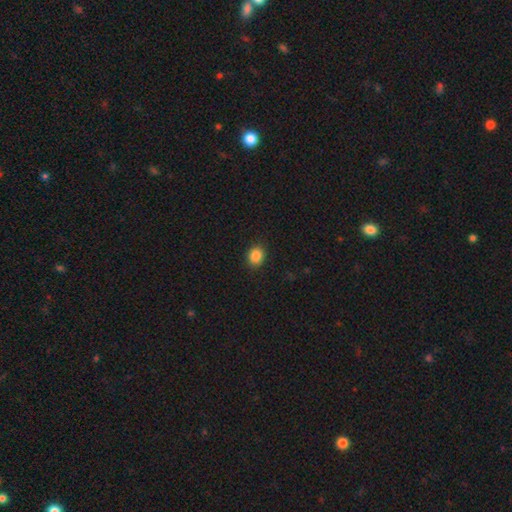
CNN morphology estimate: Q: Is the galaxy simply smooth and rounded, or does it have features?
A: smooth — 87%.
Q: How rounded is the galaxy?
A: round — 64%.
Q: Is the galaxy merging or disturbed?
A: none — 89%.